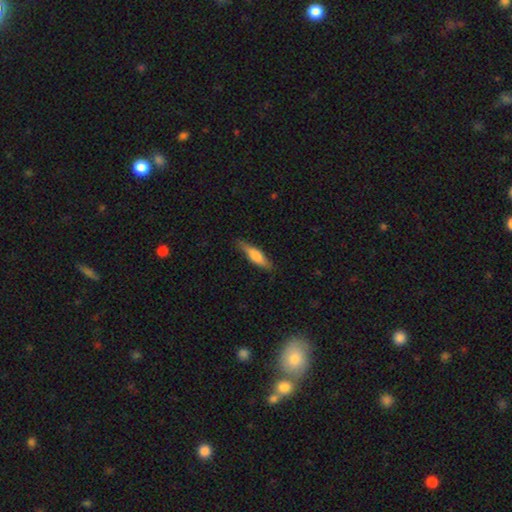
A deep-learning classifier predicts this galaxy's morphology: Overall: smooth (66%; featured or disk 28%). How rounded: cigar-shaped (69%). Merging: none (80%).